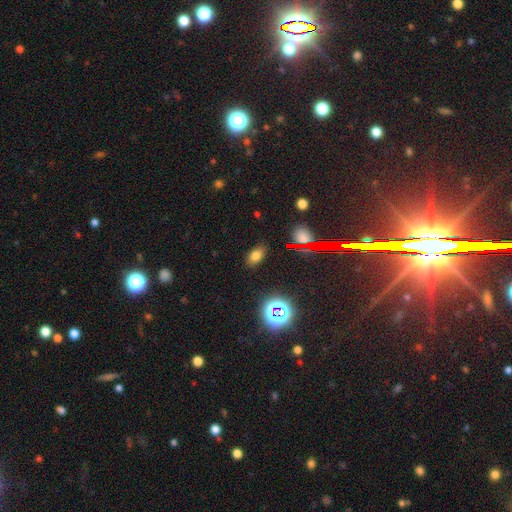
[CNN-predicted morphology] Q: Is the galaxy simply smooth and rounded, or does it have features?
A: smooth — 70%.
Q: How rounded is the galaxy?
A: in between — 86%.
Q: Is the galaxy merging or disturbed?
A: none — 86%.